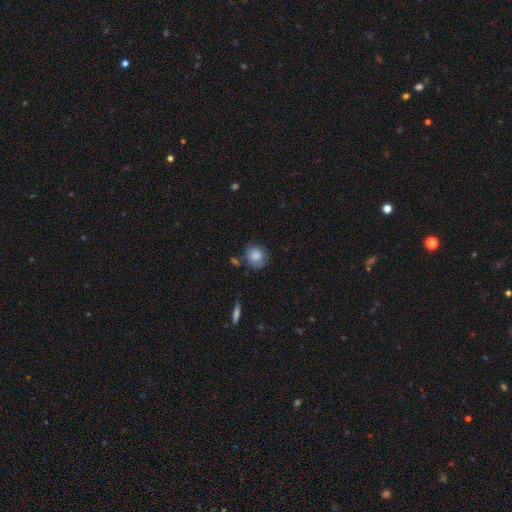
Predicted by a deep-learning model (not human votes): Smooth or featured?
  - smooth: 83% *
  - featured or disk: 9%
  - star or artifact: 8%
How rounded?
  - round: 76% *
  - in between: 23%
  - cigar-shaped: 1%
Merging?
  - none: 69% *
  - minor disturbance: 21%
  - merger: 5%
  - major disturbance: 5%